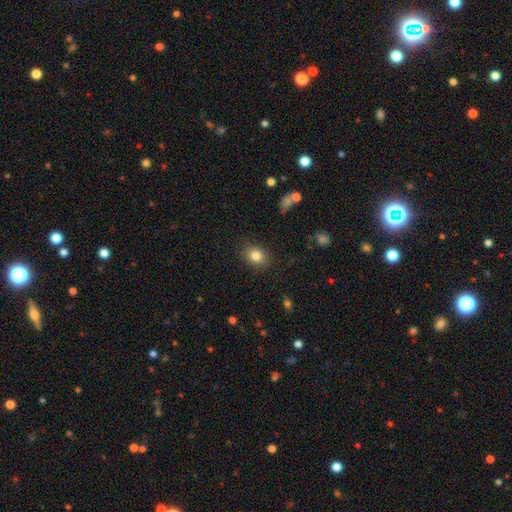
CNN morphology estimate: A smooth galaxy with no disk features (83%) that is in between round and cigar-shaped (55%). Merging: none (86%).